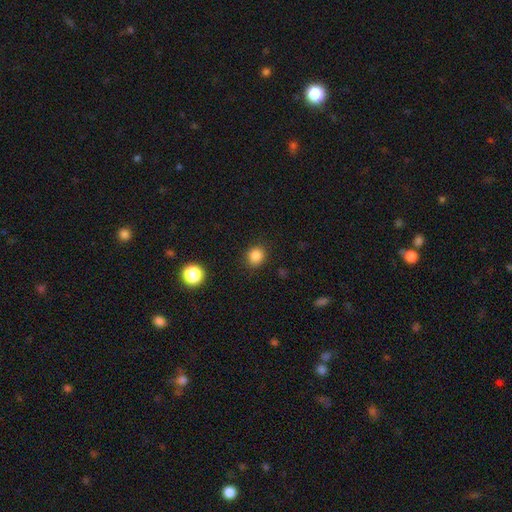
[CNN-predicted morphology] type=smooth (85%); roundness=round (76%); merging=none (87%).